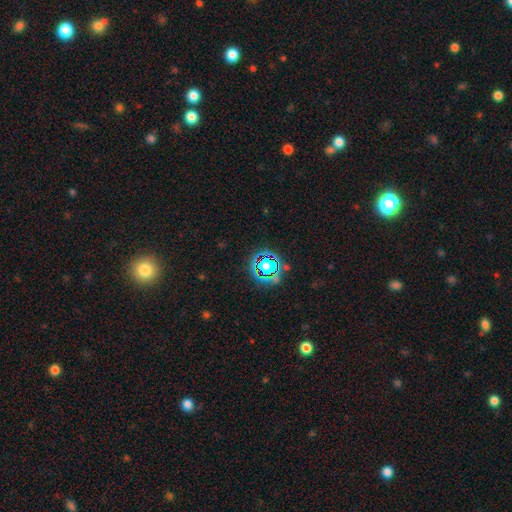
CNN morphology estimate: The model was most divided on "smooth or featured": star or artifact: 64%, smooth: 24%, featured or disk: 12%.